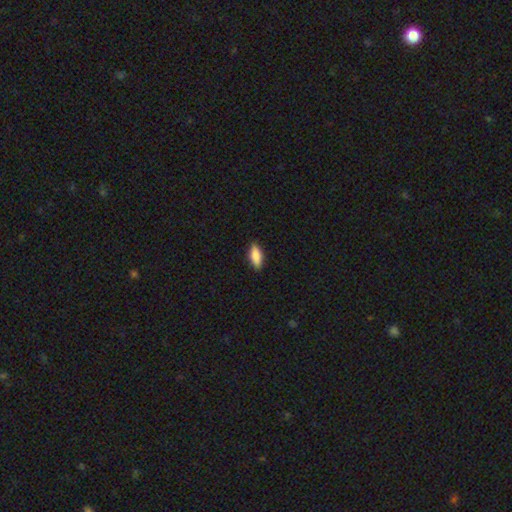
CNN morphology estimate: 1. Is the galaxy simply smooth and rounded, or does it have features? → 81% smooth, 12% featured or disk, 6% star or artifact.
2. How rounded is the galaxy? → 71% in between, 26% cigar-shaped, 2% round.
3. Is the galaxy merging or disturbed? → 87% none, 10% minor disturbance, 2% major disturbance, 1% merger.